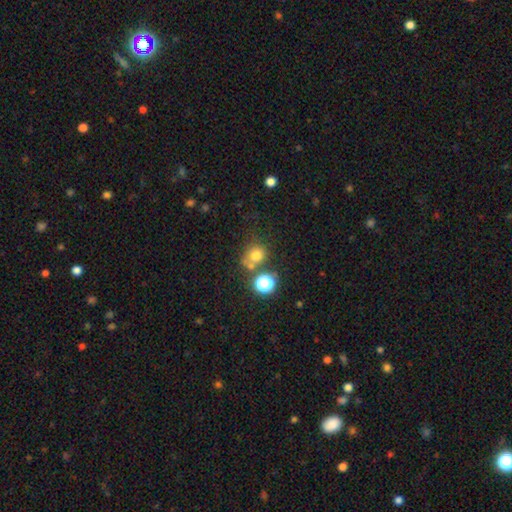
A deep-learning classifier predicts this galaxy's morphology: Smooth or featured? Predicted: smooth (p=0.71). How rounded? Predicted: round (p=0.83). Merging? Predicted: none (p=0.59).